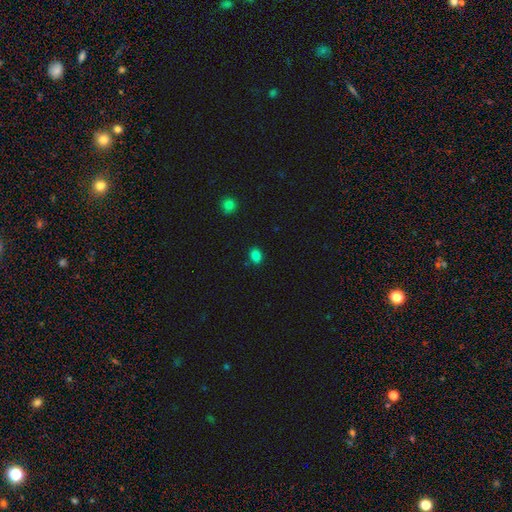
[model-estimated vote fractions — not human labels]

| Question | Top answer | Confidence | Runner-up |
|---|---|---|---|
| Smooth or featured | smooth | 84% | star or artifact (13%) |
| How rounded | in between | 67% | round (32%) |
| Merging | none | 85% | minor disturbance (10%) |